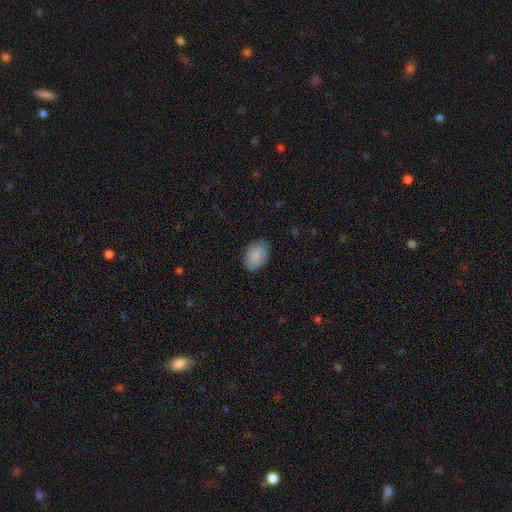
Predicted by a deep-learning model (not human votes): Smooth or featured? Predicted: smooth (p=0.88). How rounded? Predicted: in between (p=0.86). Merging? Predicted: none (p=0.79).